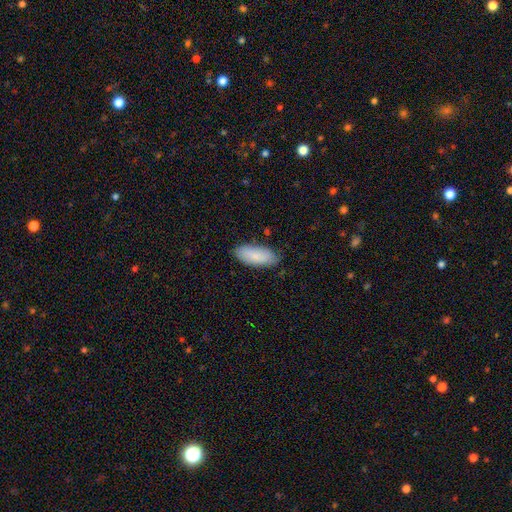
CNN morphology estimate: Smooth or featured? Predicted: smooth (p=0.86). How rounded? Predicted: in between (p=0.83). Merging? Predicted: none (p=0.82).